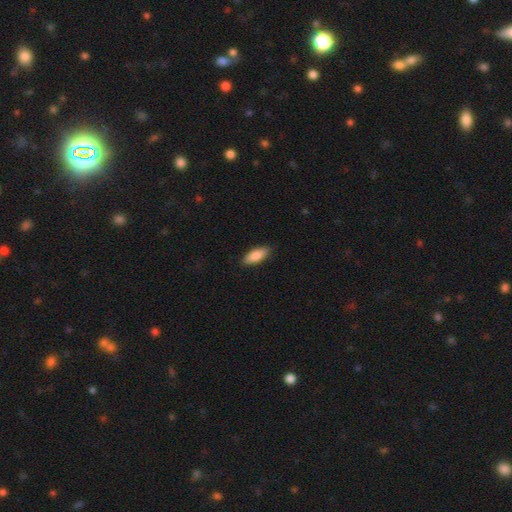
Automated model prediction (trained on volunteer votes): A smooth galaxy with no disk features (85%) that is in between round and cigar-shaped (75%). Merging: none (87%).